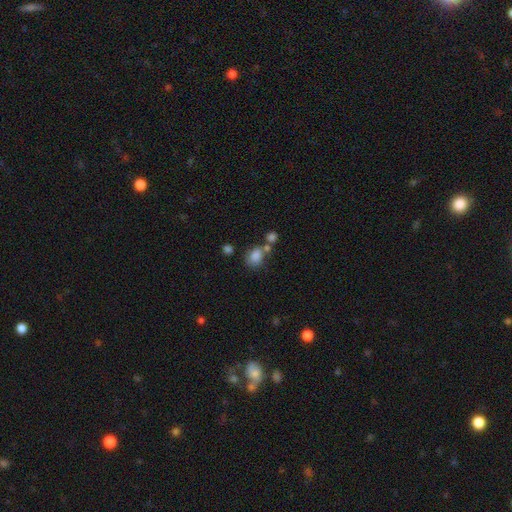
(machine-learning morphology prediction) A smooth galaxy with no disk features (82%) that is round (50%). Merging: none (52%).